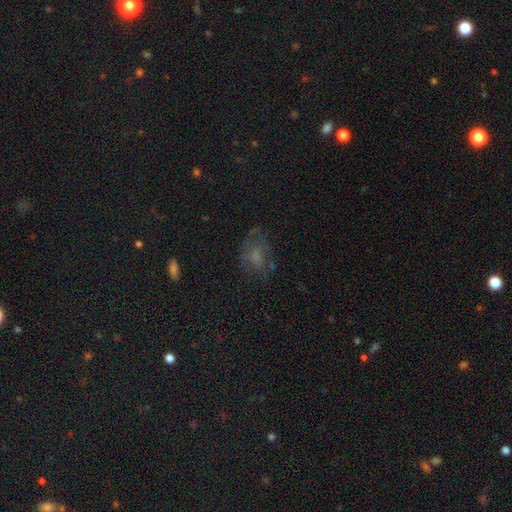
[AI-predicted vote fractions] Smooth or featured: smooth — 45% (featured or disk — 37%)
Merging: none — 52% (minor disturbance — 23%)